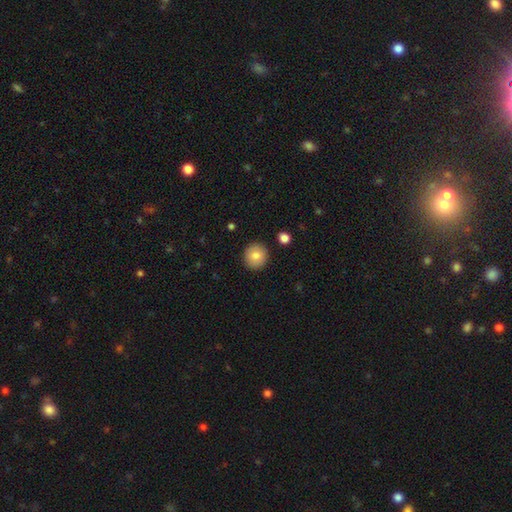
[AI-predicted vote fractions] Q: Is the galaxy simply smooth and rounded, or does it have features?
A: smooth — 83%.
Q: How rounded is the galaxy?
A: round — 92%.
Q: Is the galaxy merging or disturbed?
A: none — 91%.